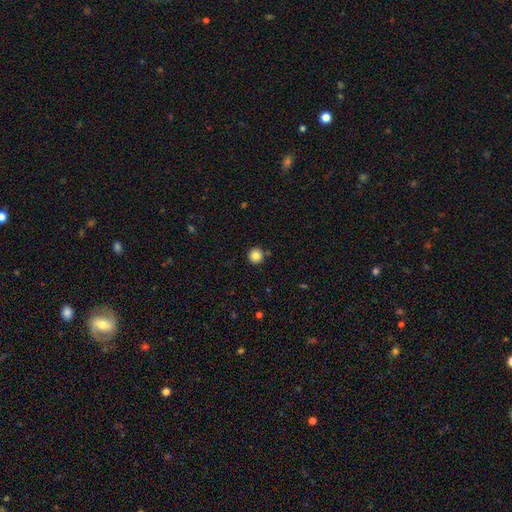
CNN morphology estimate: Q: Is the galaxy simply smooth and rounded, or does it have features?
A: smooth — 85%.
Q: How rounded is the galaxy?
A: round — 95%.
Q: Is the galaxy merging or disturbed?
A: none — 88%.